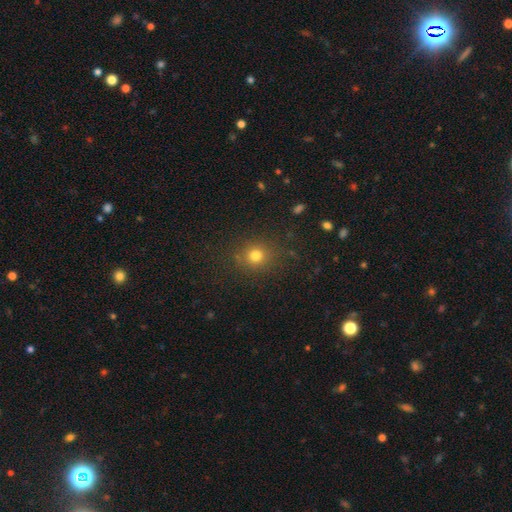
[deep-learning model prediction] Smooth or featured?
  - smooth: 76% *
  - star or artifact: 17%
  - featured or disk: 7%
How rounded?
  - round: 86% *
  - in between: 13%
  - cigar-shaped: 1%
Merging?
  - none: 84% *
  - minor disturbance: 10%
  - major disturbance: 4%
  - merger: 2%